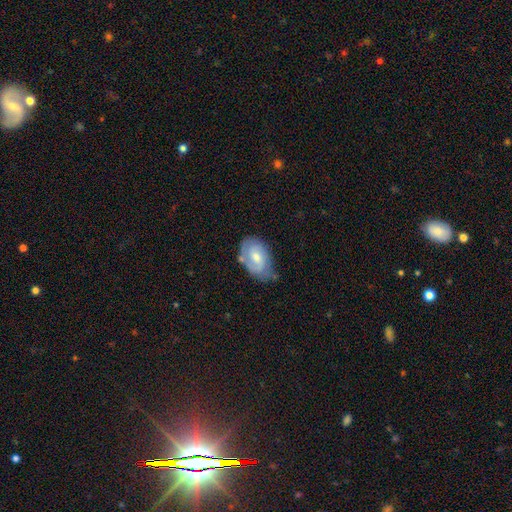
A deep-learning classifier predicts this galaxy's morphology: type=featured or disk (64%); edge-on=no (95%); bar=no (54%); spiral arms=yes (85%); winding=tight (50%); arm count=2 (54%); bulge=moderate (51%); merging=none (59%).